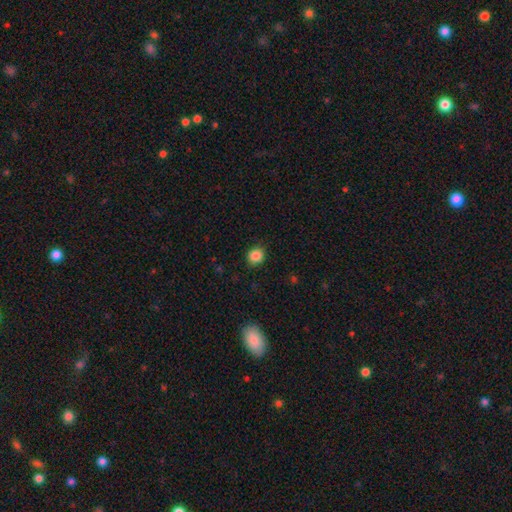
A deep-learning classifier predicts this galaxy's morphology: This appears to be a smooth galaxy with no disk features (86%) that is round (79%). Merging: none (88%).